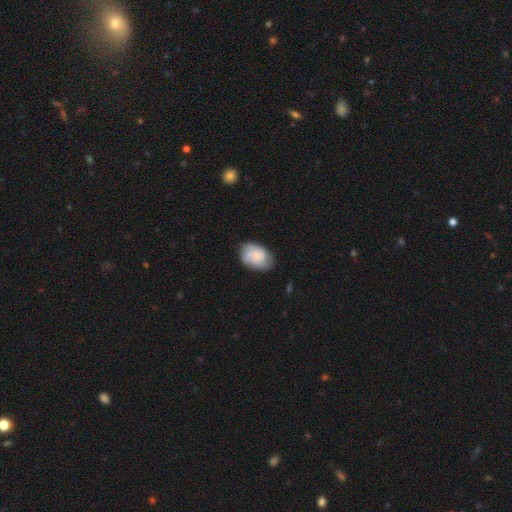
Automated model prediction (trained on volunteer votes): Q: Smooth or featured?
A: featured or disk (49%); runner-up: smooth (45%)
Q: Merging?
A: none (75%); runner-up: minor disturbance (19%)